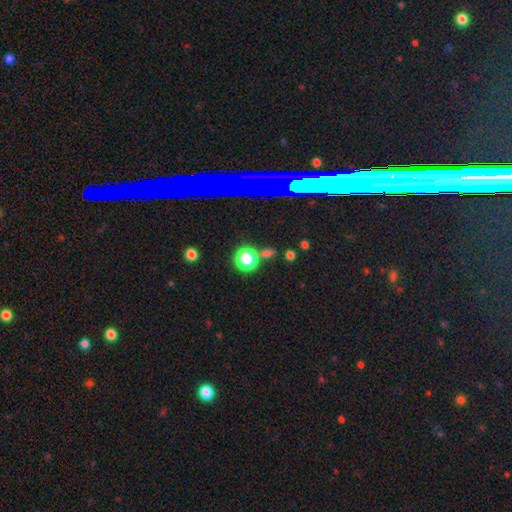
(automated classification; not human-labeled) smooth-or-featured: star or artifact: 72% | featured or disk: 16% | smooth: 12%